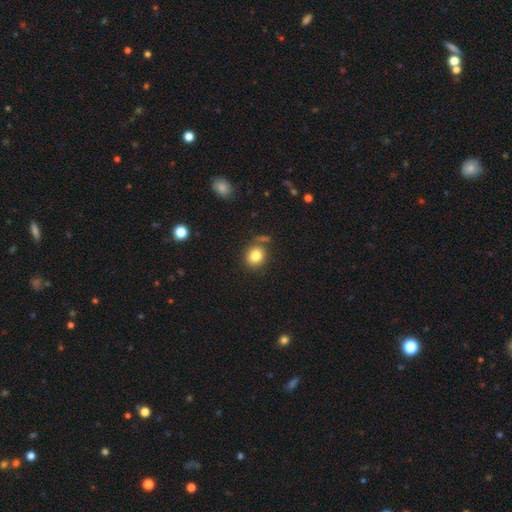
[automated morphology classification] Smooth or featured?
  - smooth: 82% *
  - star or artifact: 11%
  - featured or disk: 7%
How rounded?
  - round: 79% *
  - in between: 20%
  - cigar-shaped: 1%
Merging?
  - none: 76% *
  - minor disturbance: 12%
  - merger: 8%
  - major disturbance: 4%